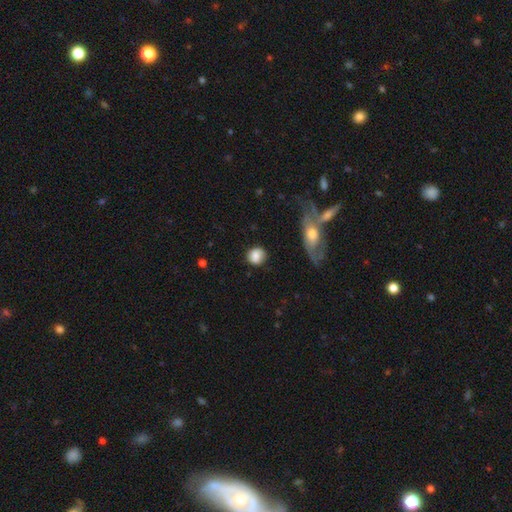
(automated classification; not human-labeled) The model was most divided on "how rounded": round: 76%, in between: 23%, cigar-shaped: 2%. More confident: smooth or featured — smooth (79%); merging — none (75%).